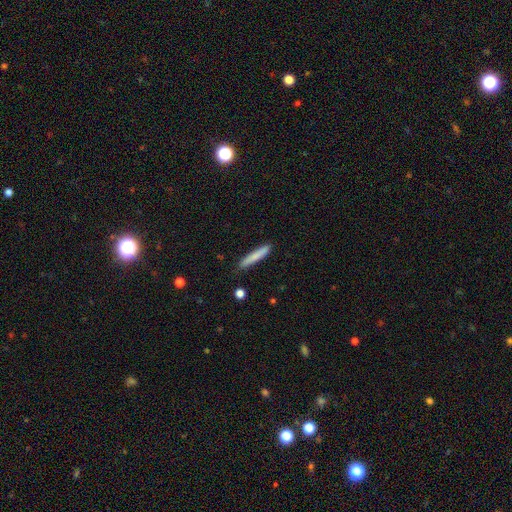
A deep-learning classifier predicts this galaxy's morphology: Smooth or featured? smooth (79%)
How rounded? cigar-shaped (94%)
Merging? none (87%)